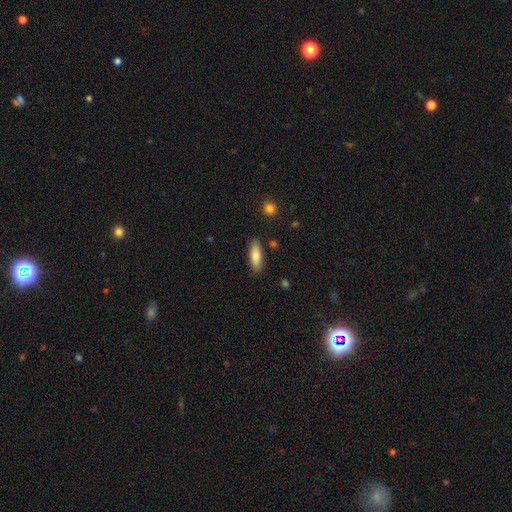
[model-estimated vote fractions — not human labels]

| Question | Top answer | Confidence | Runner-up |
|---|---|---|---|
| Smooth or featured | smooth | 79% | featured or disk (15%) |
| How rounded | in between | 58% | cigar-shaped (40%) |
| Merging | none | 86% | minor disturbance (10%) |